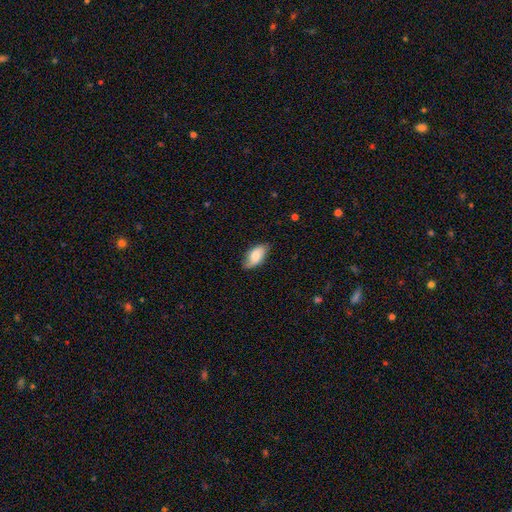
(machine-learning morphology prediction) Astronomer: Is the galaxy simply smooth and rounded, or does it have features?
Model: smooth — 71%.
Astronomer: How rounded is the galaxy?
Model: in between — 92%.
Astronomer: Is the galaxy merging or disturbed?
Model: none — 76%.